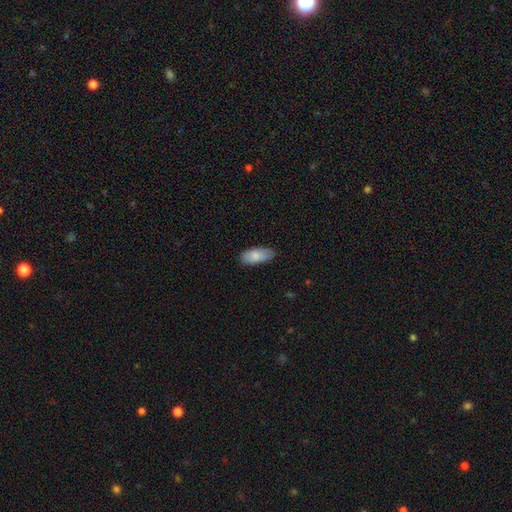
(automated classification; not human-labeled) The model was most divided on "merging": none: 80%, minor disturbance: 16%, major disturbance: 3%, merger: 1%. More confident: how rounded — in between (87%); smooth or featured — smooth (84%).